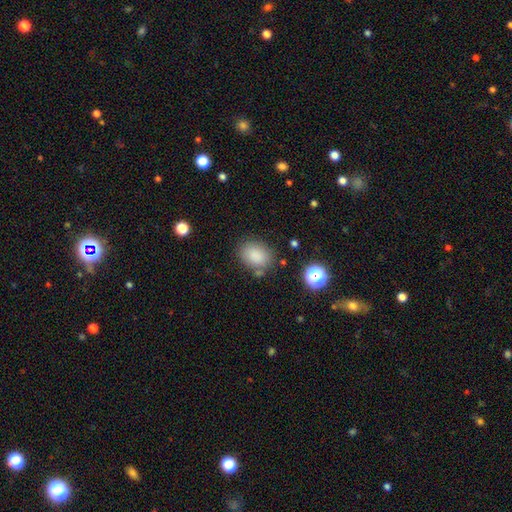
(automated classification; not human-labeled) A smooth galaxy with no disk features (85%) that is in between round and cigar-shaped (68%).

Vote fractions:
- Smooth or featured? smooth: 85% / star or artifact: 9% / featured or disk: 5%
- How rounded? in between: 68% / round: 31% / cigar-shaped: 1%
- Merging? none: 75% / minor disturbance: 15% / merger: 6% / major disturbance: 5%